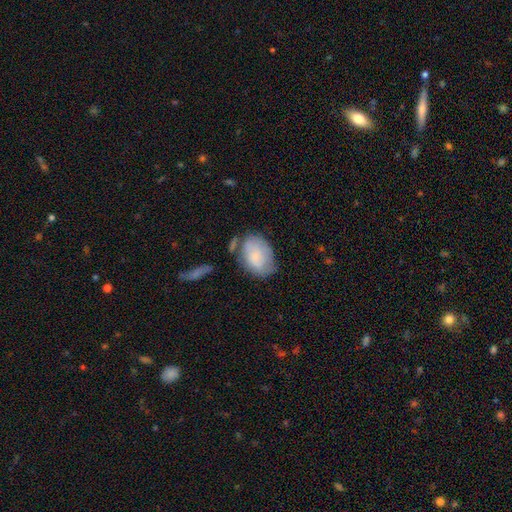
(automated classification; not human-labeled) smooth-or-featured: smooth: 72% | featured or disk: 21% | star or artifact: 7%
  how-rounded: in between: 83% | round: 16% | cigar-shaped: 1%
  merging: none: 52% | minor disturbance: 28% | major disturbance: 10% | merger: 10%